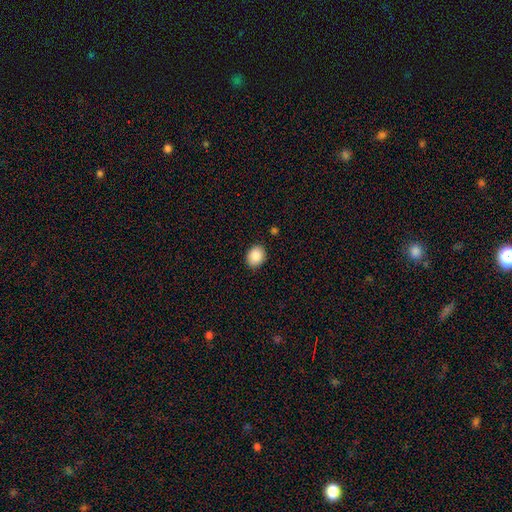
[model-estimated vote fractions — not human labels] The model was most divided on "how rounded": round: 53%, in between: 46%, cigar-shaped: 1%. More confident: merging — none (89%); smooth or featured — smooth (88%).